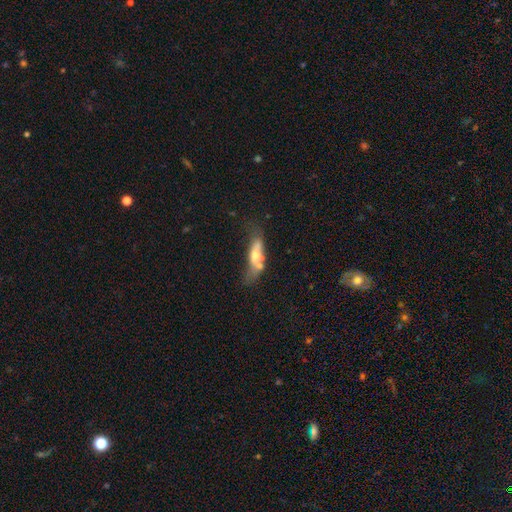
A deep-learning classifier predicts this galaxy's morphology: featured or disk 46%, smooth 44%, star or artifact 10%. Down the decision tree: merging — merger (34%).